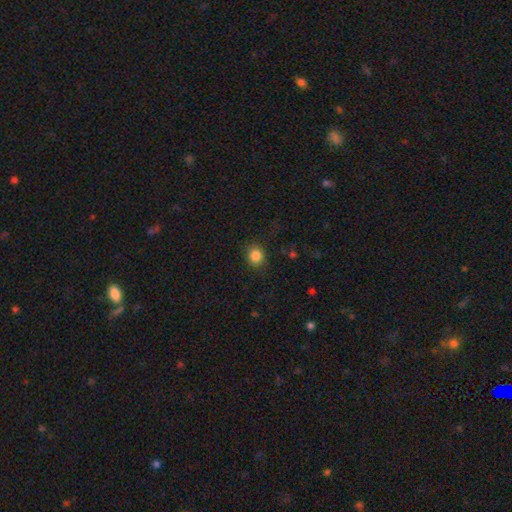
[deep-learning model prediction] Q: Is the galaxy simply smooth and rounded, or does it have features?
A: smooth — 85%.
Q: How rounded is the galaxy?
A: round — 72%.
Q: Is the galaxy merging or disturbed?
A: none — 86%.